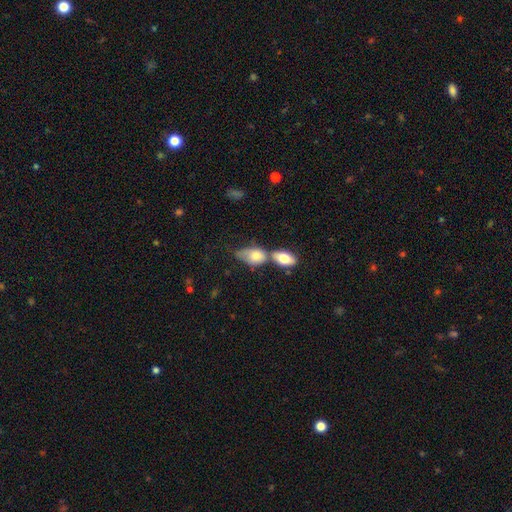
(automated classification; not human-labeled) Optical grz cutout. It shows a smooth galaxy with no disk features (75%) that is in between round and cigar-shaped (86%). Merging: merger (56%).